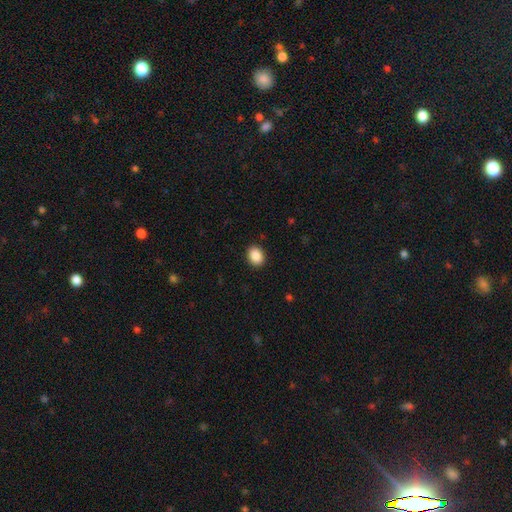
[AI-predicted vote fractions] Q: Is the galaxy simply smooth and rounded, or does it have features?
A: smooth — 89%.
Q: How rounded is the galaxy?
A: in between — 57%.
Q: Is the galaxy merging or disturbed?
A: none — 90%.